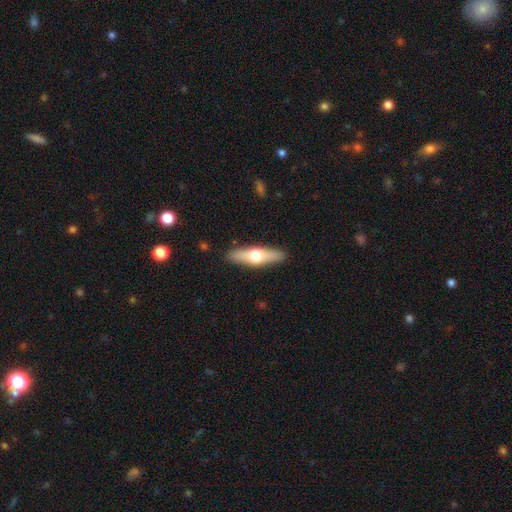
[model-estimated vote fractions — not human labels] smooth-or-featured: featured or disk: 49% | smooth: 45% | star or artifact: 5%
  merging: none: 89% | minor disturbance: 8% | major disturbance: 2% | merger: 1%